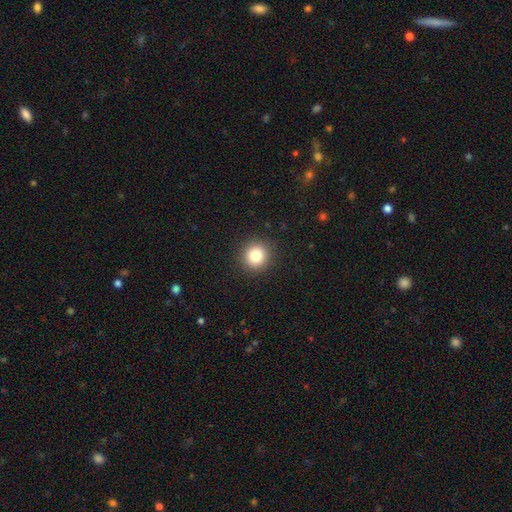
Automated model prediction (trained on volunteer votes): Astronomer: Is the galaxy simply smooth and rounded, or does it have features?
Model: smooth — 82%.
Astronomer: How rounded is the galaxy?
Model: round — 93%.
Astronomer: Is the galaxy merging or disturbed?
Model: none — 92%.